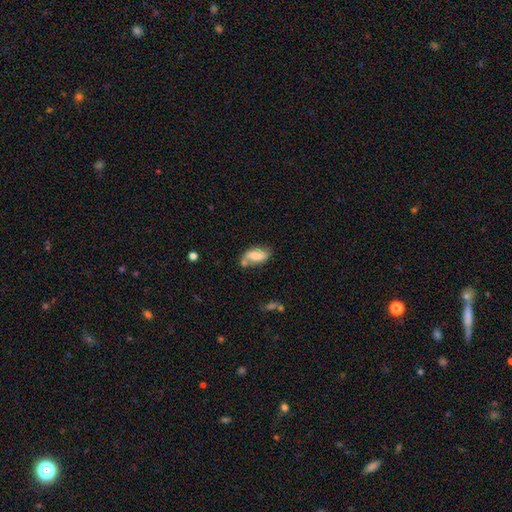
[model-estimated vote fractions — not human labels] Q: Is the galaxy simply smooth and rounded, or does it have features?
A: smooth — 69%.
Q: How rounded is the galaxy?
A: in between — 86%.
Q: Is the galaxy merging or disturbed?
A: none — 51%.